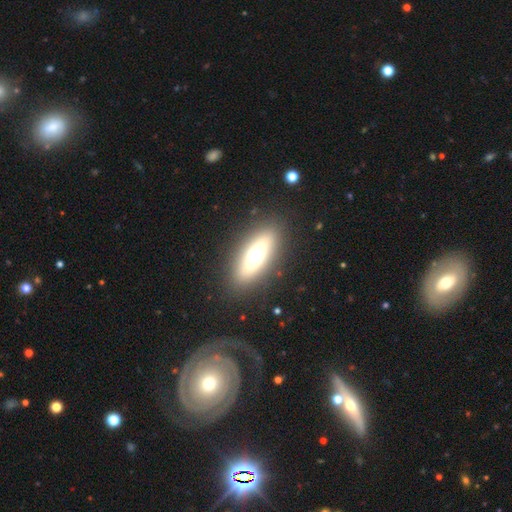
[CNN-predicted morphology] smooth_or_featured: smooth (p=0.50) [alt: featured or disk p=0.39]
how_rounded: in between (p=0.57) [alt: cigar-shaped p=0.38]
merging: none (p=0.87) [alt: minor disturbance p=0.08]